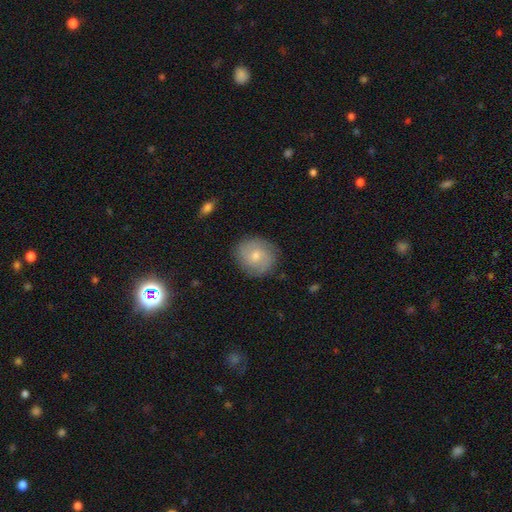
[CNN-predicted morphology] Smooth or featured? Predicted: smooth (p=0.48). Merging? Predicted: none (p=0.84).